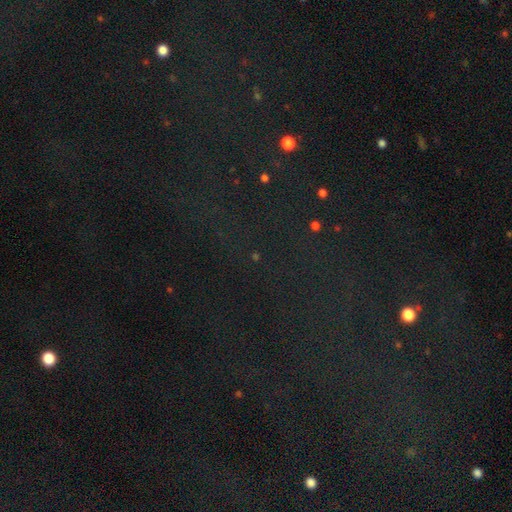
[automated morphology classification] Smooth or featured? star or artifact (80%)